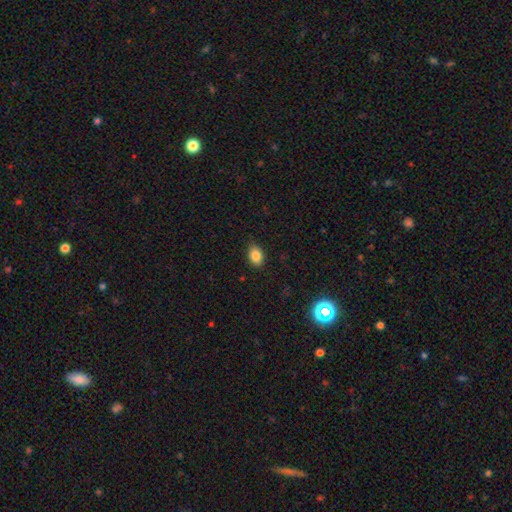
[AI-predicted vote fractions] smooth_or_featured: smooth (p=0.85) [alt: star or artifact p=0.09]
how_rounded: in between (p=0.79) [alt: round p=0.20]
merging: none (p=0.84) [alt: minor disturbance p=0.13]